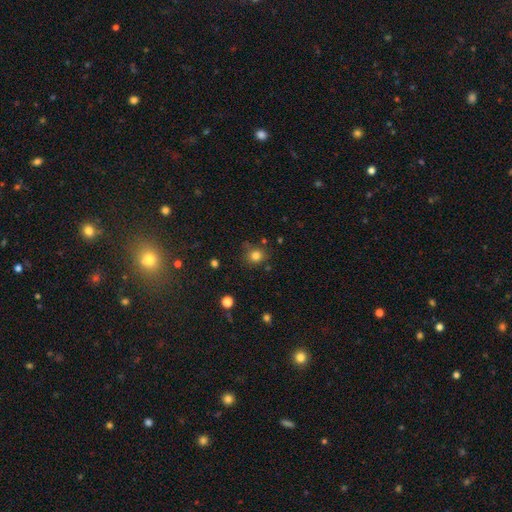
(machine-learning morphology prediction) This is clearly a smooth galaxy (80%). How rounded: clearly round (86%). Merging: likely none (79%).